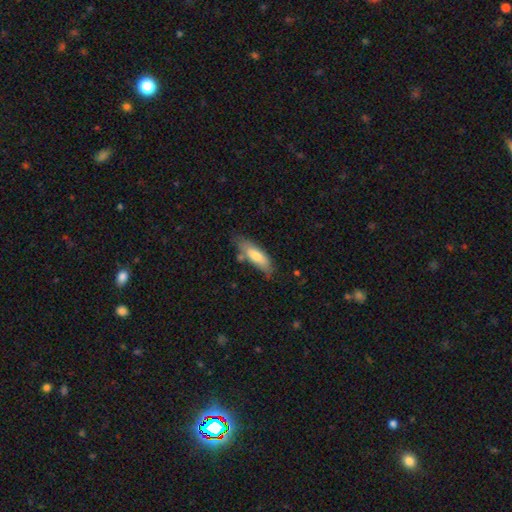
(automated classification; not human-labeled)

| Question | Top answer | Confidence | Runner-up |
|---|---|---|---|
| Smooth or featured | smooth | 73% | featured or disk (21%) |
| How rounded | in between | 50% | cigar-shaped (49%) |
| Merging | none | 65% | minor disturbance (23%) |